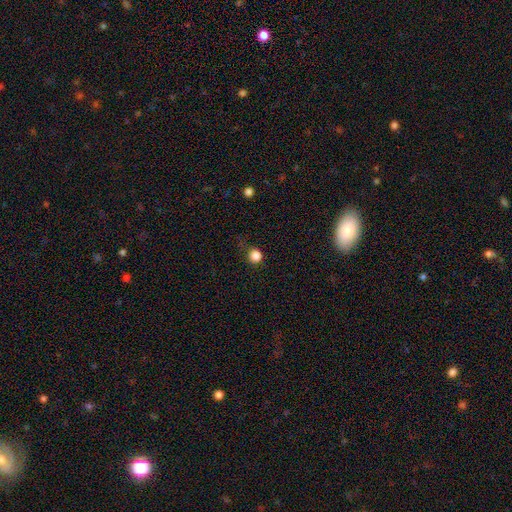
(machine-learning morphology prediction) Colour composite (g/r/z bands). It shows a smooth galaxy with no disk features (84%) that is round (93%). Merging: none (81%).